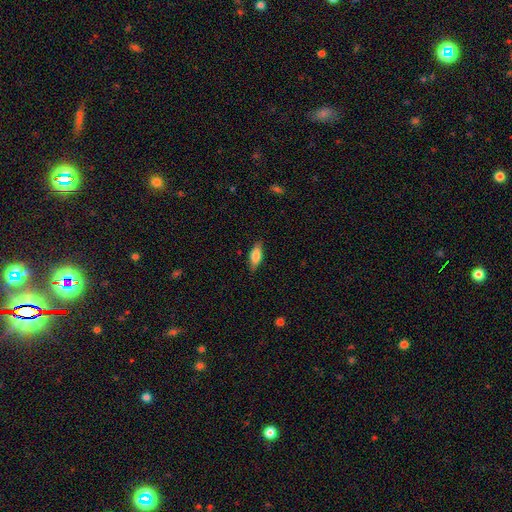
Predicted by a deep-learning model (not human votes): This appears to be a smooth galaxy with no disk features (79%) that is in between round and cigar-shaped (74%). Merging: none (82%).